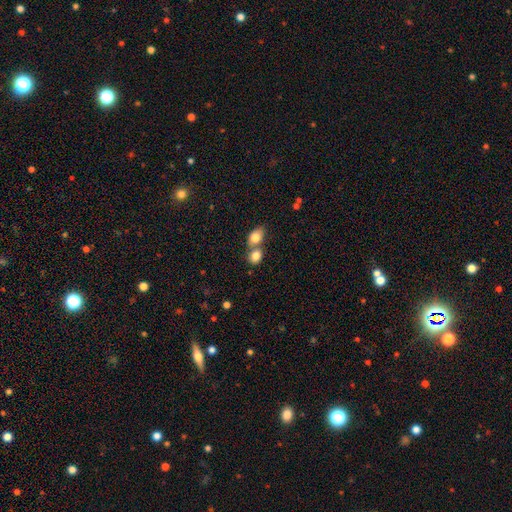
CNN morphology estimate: smooth-or-featured: smooth: 82% | featured or disk: 9% | star or artifact: 9%
  how-rounded: in between: 50% | round: 48% | cigar-shaped: 2%
  merging: merger: 60% | none: 31% | minor disturbance: 7% | major disturbance: 3%